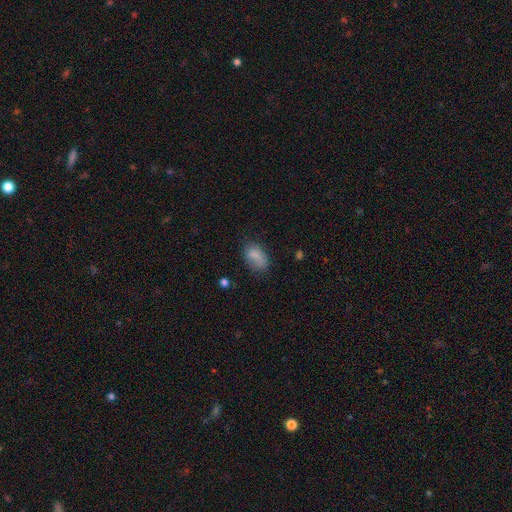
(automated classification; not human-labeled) smooth-or-featured: smooth: 80% | star or artifact: 10% | featured or disk: 10%
  how-rounded: in between: 88% | round: 11% | cigar-shaped: 2%
  merging: none: 55% | minor disturbance: 28% | major disturbance: 13% | merger: 4%